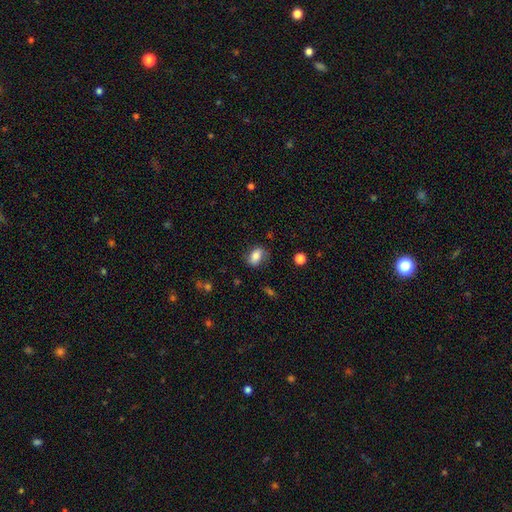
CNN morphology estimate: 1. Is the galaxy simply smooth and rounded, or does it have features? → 77% smooth, 15% featured or disk, 8% star or artifact.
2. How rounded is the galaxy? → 81% in between, 17% round, 3% cigar-shaped.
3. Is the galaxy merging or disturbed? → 72% none, 20% minor disturbance, 7% major disturbance, 2% merger.